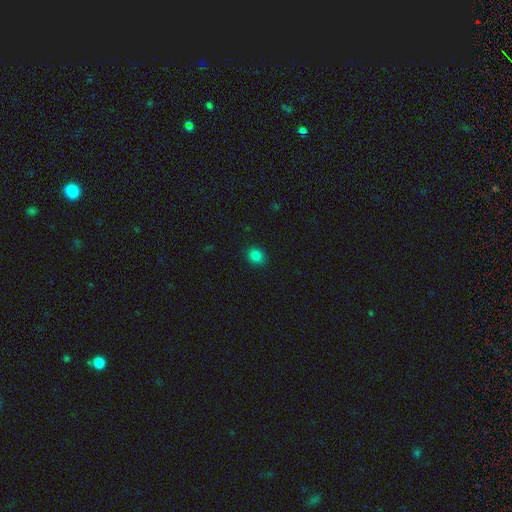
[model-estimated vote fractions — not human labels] Overall: smooth (82%). How rounded: round (57%; in between 42%). Merging: none (89%).